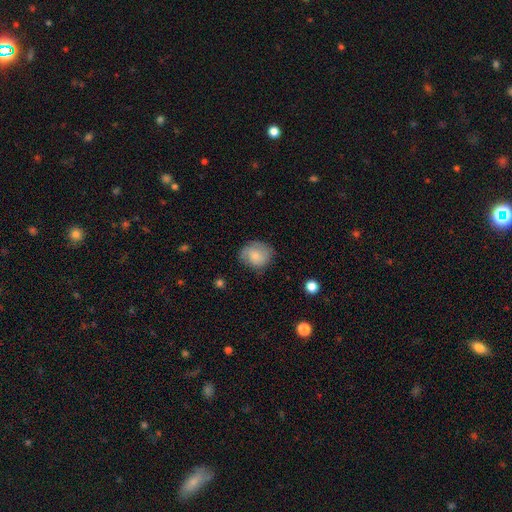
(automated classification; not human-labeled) Q: Smooth or featured?
A: smooth (70%); runner-up: featured or disk (23%)
Q: How rounded?
A: round (69%); runner-up: in between (30%)
Q: Merging?
A: none (70%); runner-up: minor disturbance (23%)